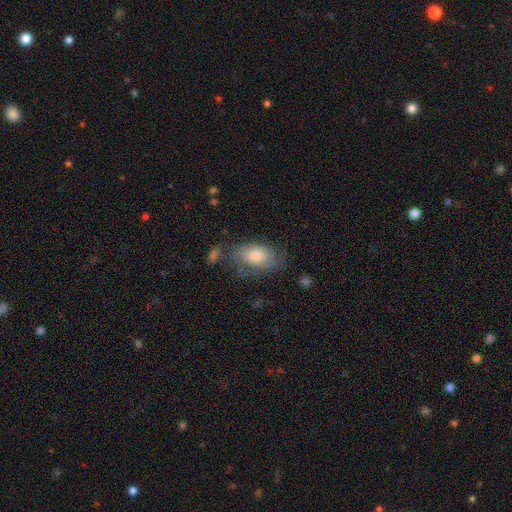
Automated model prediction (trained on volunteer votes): smooth_or_featured: smooth (p=0.69) [alt: featured or disk p=0.24]
how_rounded: in between (p=0.91) [alt: round p=0.06]
merging: none (p=0.59) [alt: minor disturbance p=0.25]